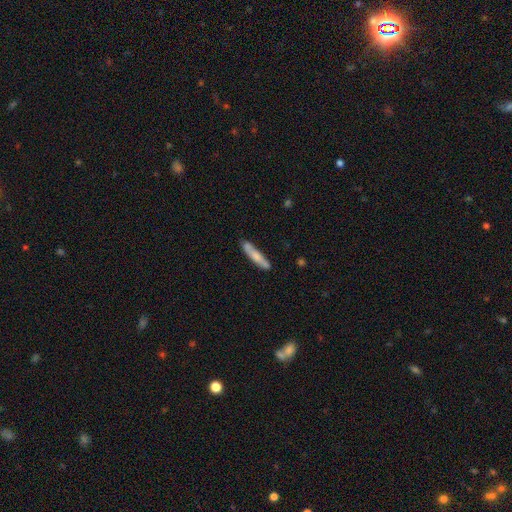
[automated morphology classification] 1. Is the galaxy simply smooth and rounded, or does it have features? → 63% smooth, 31% featured or disk, 6% star or artifact.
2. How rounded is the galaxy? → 87% cigar-shaped, 11% in between, 1% round.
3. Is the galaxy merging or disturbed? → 76% none, 17% minor disturbance, 4% merger, 3% major disturbance.